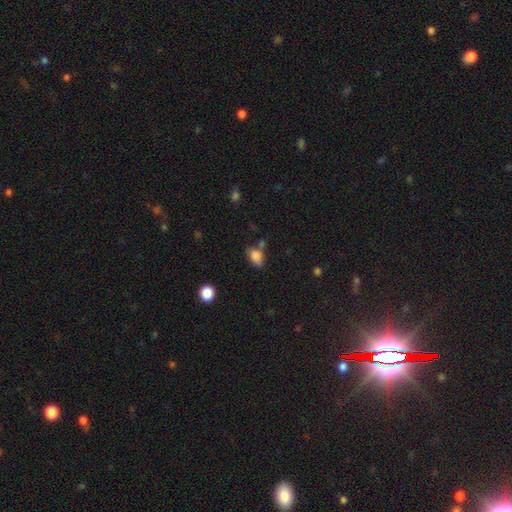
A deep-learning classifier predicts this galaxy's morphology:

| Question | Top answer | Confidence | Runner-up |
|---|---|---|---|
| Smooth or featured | smooth | 84% | star or artifact (10%) |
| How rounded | in between | 81% | round (18%) |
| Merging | none | 59% | minor disturbance (23%) |